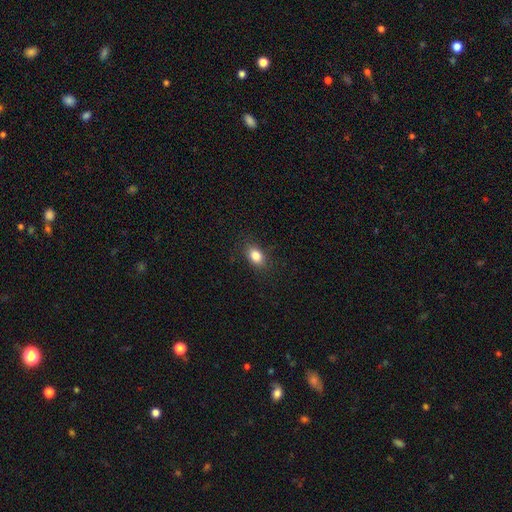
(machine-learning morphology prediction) Overall: smooth (84%). How rounded: in between (78%). Merging: none (84%).